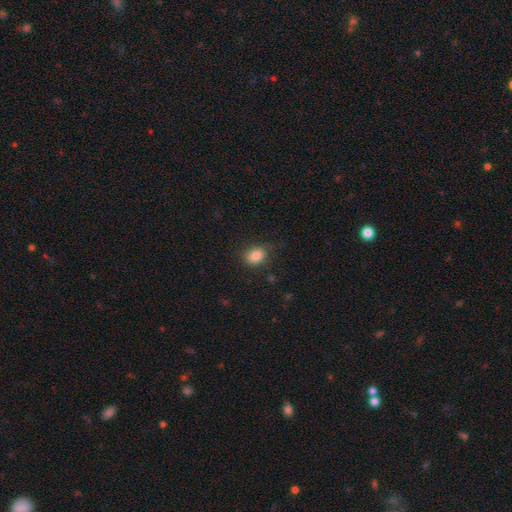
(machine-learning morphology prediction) Smooth or featured? smooth (85%)
How rounded? in between (61%)
Merging? none (74%)